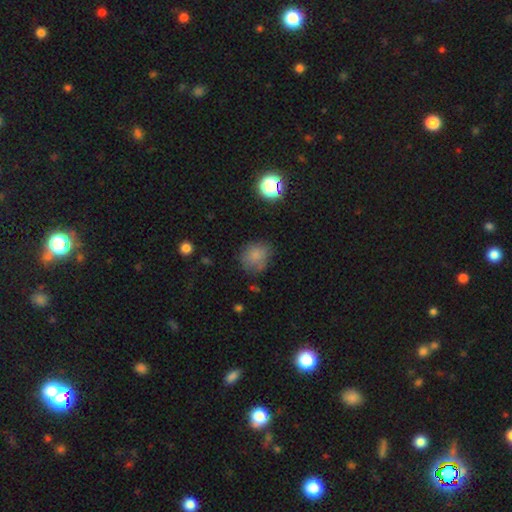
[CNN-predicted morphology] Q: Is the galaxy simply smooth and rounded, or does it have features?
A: smooth — 78%.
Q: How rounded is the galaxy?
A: round — 74%.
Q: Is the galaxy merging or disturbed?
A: none — 66%.